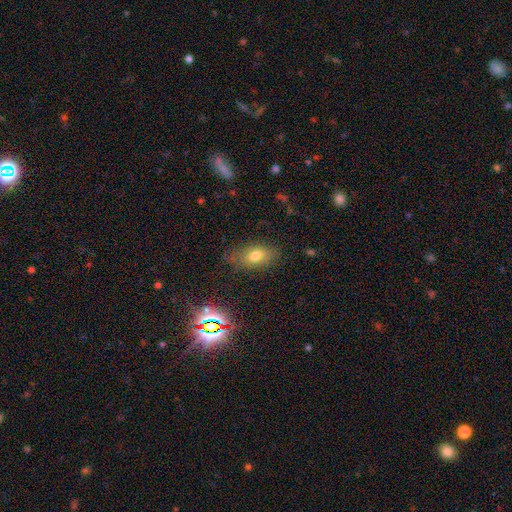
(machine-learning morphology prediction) Smooth or featured: smooth — 72% (featured or disk — 15%)
How rounded: in between — 85% (round — 11%)
Merging: none — 75% (minor disturbance — 17%)